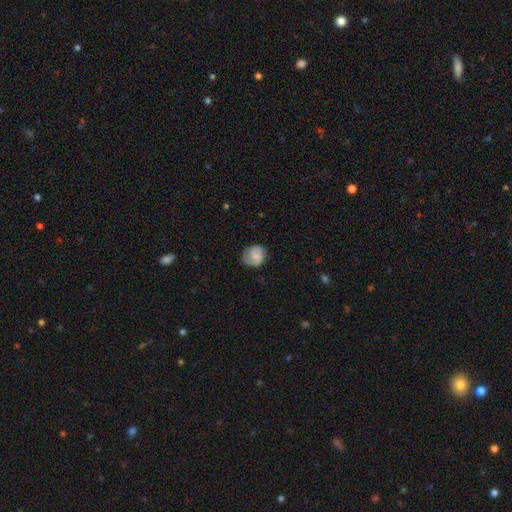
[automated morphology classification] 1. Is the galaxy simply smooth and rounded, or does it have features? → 48% featured or disk, 45% smooth, 7% star or artifact.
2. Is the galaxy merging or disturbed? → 70% none, 22% minor disturbance, 7% major disturbance, 1% merger.